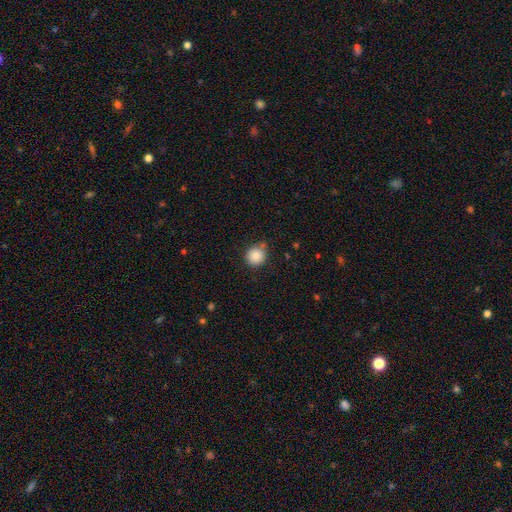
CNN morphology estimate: Smooth or featured? smooth (85%)
How rounded? round (92%)
Merging? none (76%)